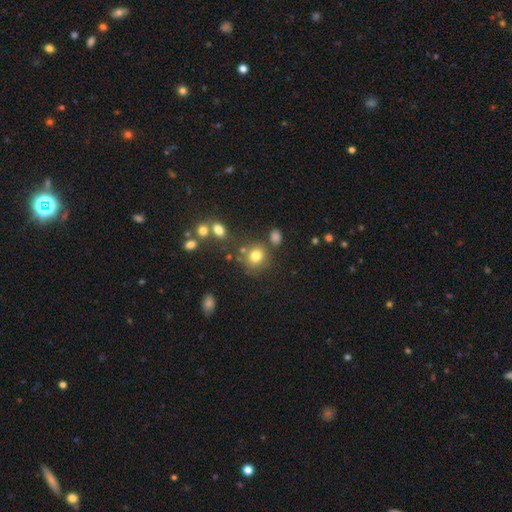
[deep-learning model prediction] Morphology: type=smooth (78%); roundness=round (79%); merging=none (70%).